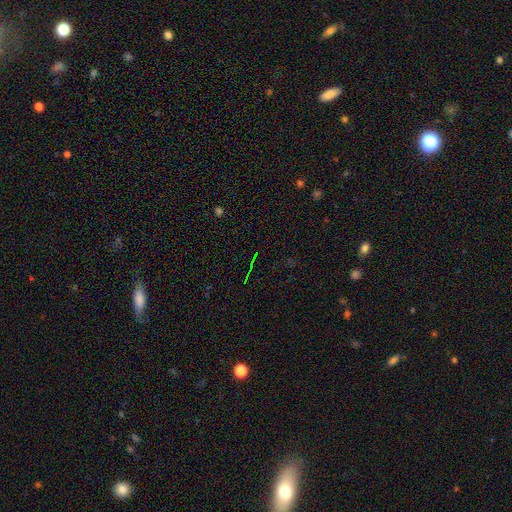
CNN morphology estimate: This appears to be a star or artifact, not a galaxy (73%).